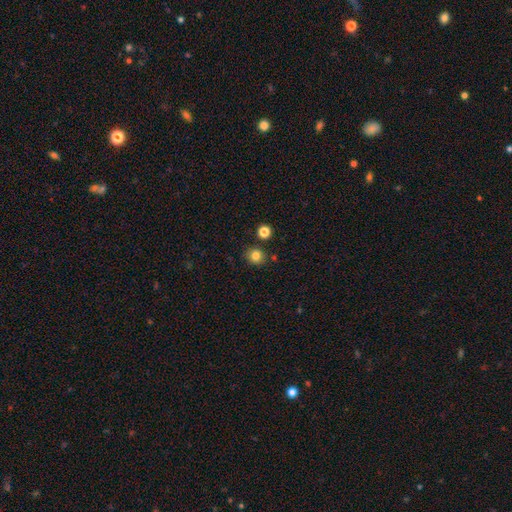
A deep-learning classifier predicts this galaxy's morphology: smooth_or_featured: smooth (p=0.82) [alt: star or artifact p=0.13]
how_rounded: round (p=0.82) [alt: in between p=0.17]
merging: none (p=0.83) [alt: minor disturbance p=0.09]